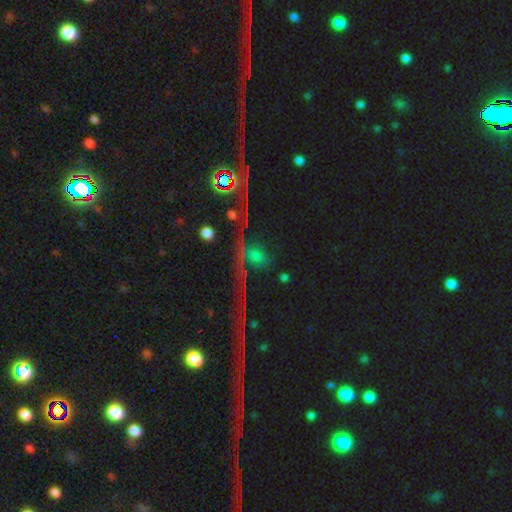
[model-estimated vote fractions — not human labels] Morphology: type=star or artifact (49%).